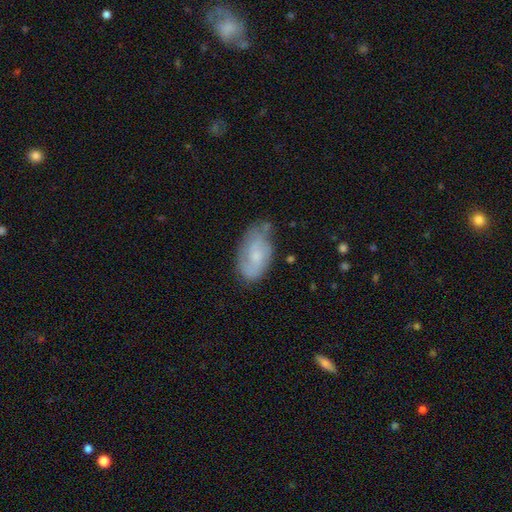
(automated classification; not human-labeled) smooth-or-featured: featured or disk: 48% | smooth: 45% | star or artifact: 8%
  merging: none: 58% | minor disturbance: 31% | major disturbance: 8% | merger: 3%